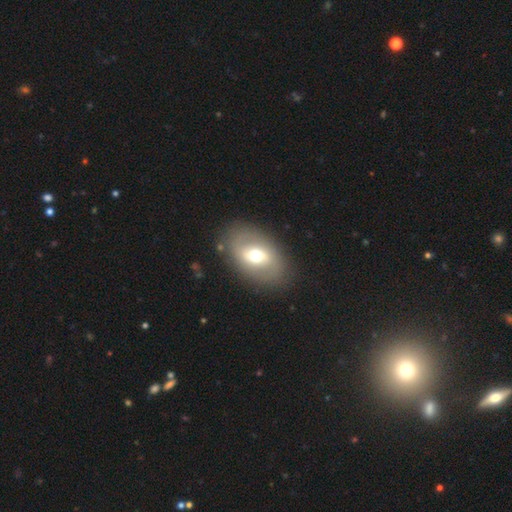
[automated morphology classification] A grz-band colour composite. It shows a smooth galaxy with no disk features (46%, tied with featured or disk). Merging: none (83%).